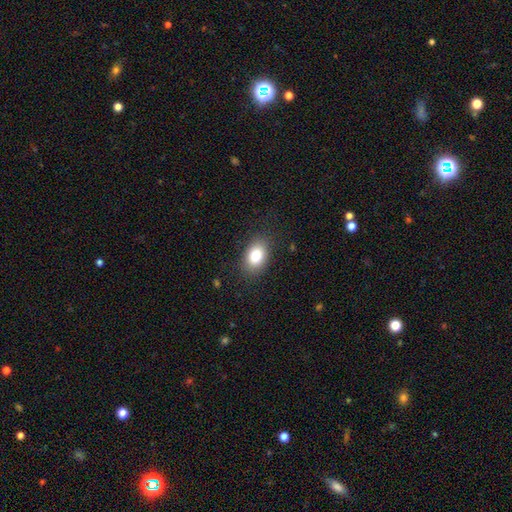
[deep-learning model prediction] This appears to be a smooth galaxy with no disk features (82%) that is in between round and cigar-shaped (82%). Merging: none (85%).